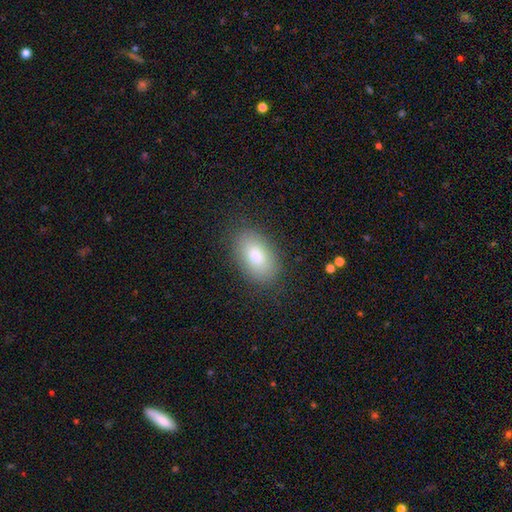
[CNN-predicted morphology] A smooth galaxy with no disk features (77%) that is in between round and cigar-shaped (88%). Merging: none (88%).